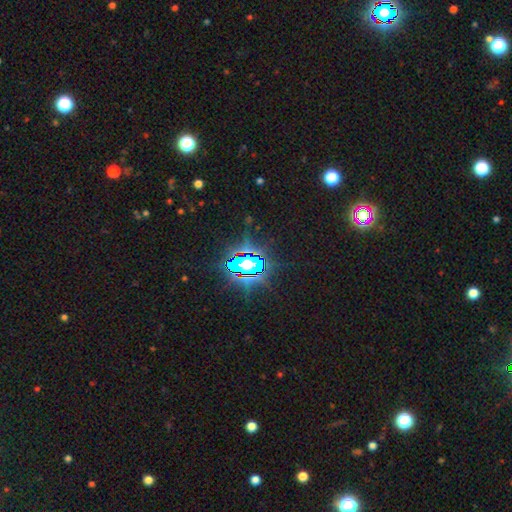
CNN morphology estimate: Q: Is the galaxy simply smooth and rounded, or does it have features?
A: star or artifact — 81%.